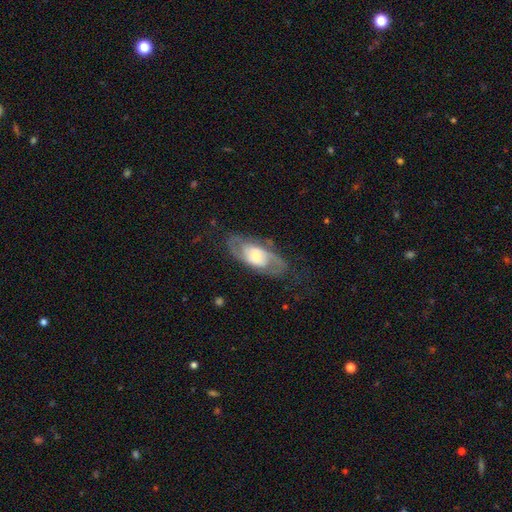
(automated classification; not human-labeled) Morphology: type=featured or disk (77%); edge-on=no (91%); bar=no (62%); spiral arms=yes (87%); winding=medium (45%); arm count=2 (77%); bulge=moderate (51%); merging=none (74%).